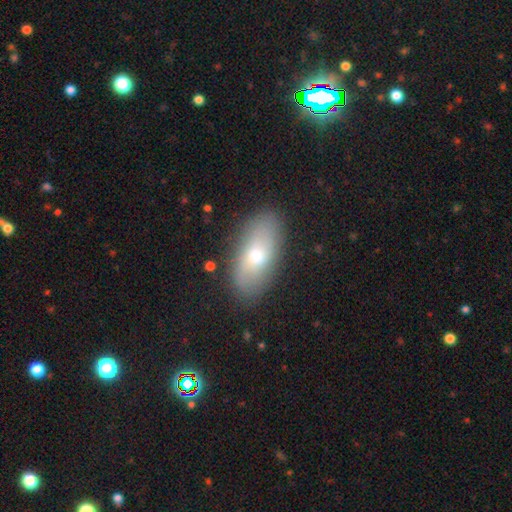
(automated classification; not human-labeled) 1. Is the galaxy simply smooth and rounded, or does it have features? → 62% smooth, 30% featured or disk, 8% star or artifact.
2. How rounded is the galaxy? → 88% in between, 8% cigar-shaped, 4% round.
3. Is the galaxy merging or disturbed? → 85% none, 10% minor disturbance, 3% major disturbance, 1% merger.